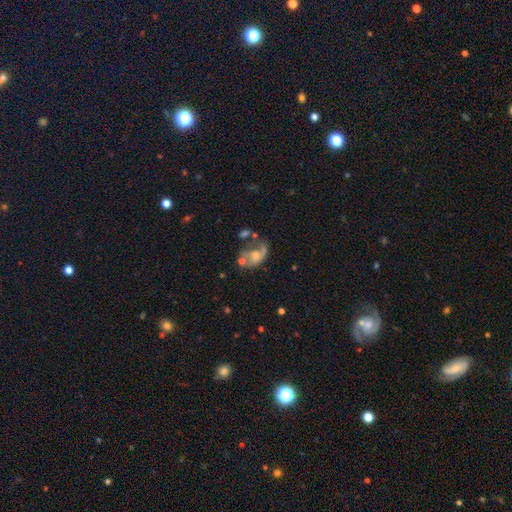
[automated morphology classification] type=featured or disk (60%); edge-on=no (97%); bar=no (72%); spiral arms=yes (67%); bulge=small (42%); merging=major disturbance (32%).